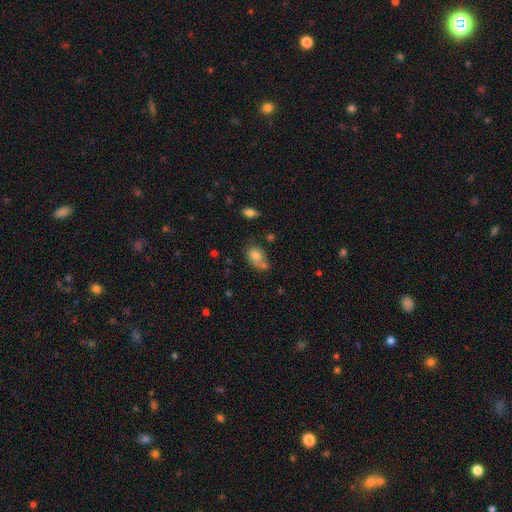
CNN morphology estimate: type=smooth (76%); roundness=in between (70%); merging=none (36%).